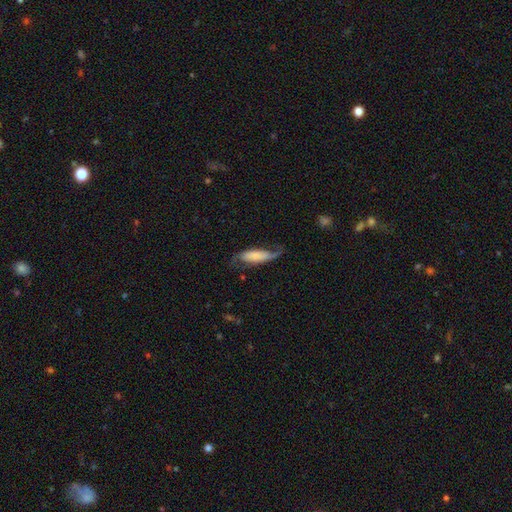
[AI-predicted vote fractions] This appears to be a featured or disk galaxy (57%). Merging: none (55%).